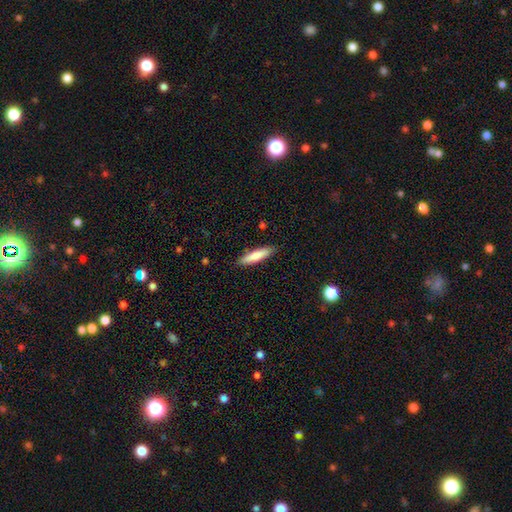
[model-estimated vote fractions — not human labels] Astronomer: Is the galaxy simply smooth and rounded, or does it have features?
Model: smooth — 77%.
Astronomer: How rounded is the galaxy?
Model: cigar-shaped — 78%.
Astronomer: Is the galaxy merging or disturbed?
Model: none — 88%.